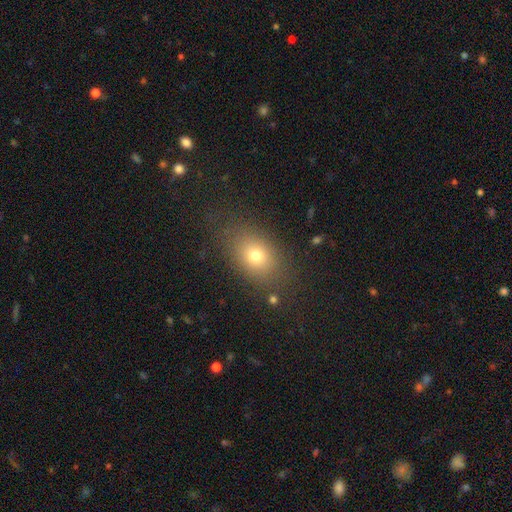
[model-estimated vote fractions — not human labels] Smooth or featured? smooth (73%)
How rounded? in between (70%)
Merging? none (78%)